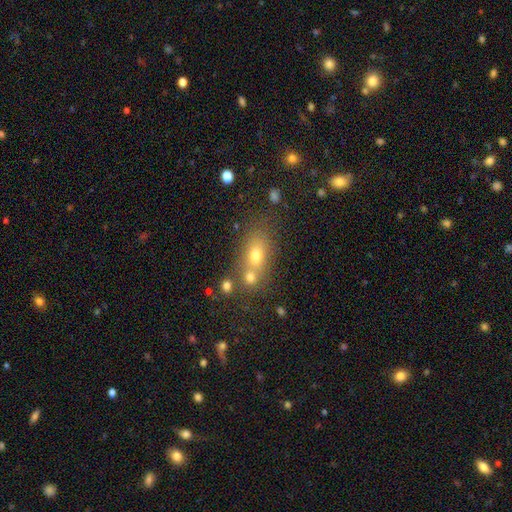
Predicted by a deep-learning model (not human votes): A smooth galaxy with no disk features (66%) that is in between round and cigar-shaped (67%). Merging: none (46%).